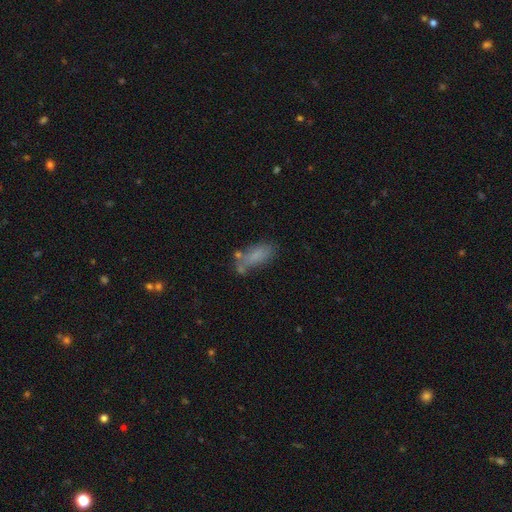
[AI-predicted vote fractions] Overall: smooth (74%). How rounded: in between (78%). Merging: none (49%; minor disturbance 23%).